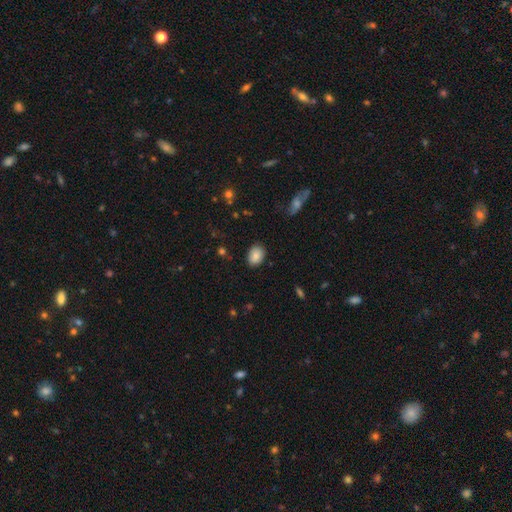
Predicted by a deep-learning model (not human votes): Smooth or featured: smooth — 86% (star or artifact — 8%)
How rounded: in between — 74% (round — 25%)
Merging: none — 86% (minor disturbance — 11%)